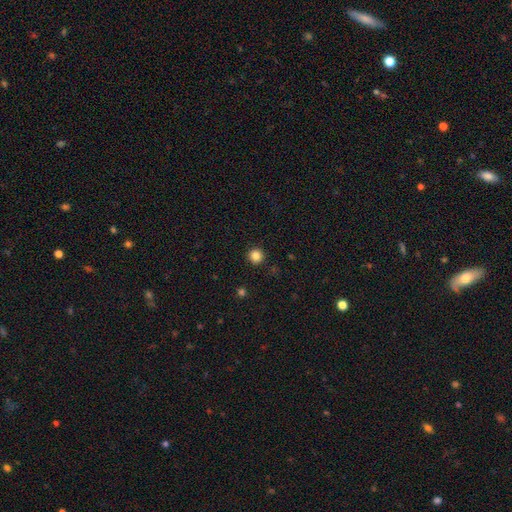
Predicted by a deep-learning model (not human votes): Overall: smooth (84%). How rounded: round (95%). Merging: none (93%).